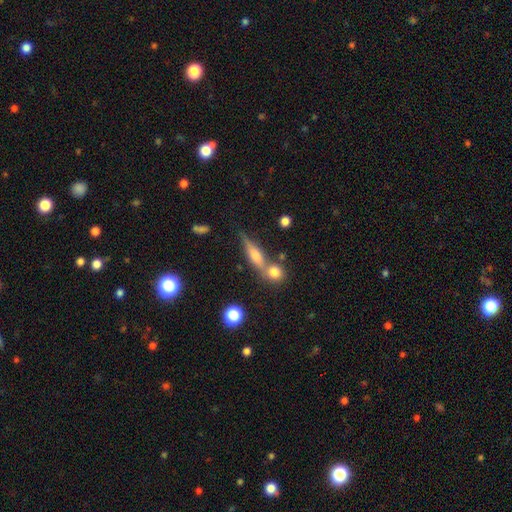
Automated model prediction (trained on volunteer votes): Q: Smooth or featured?
A: featured or disk (47%); runner-up: smooth (41%)
Q: Merging?
A: none (59%); runner-up: merger (25%)